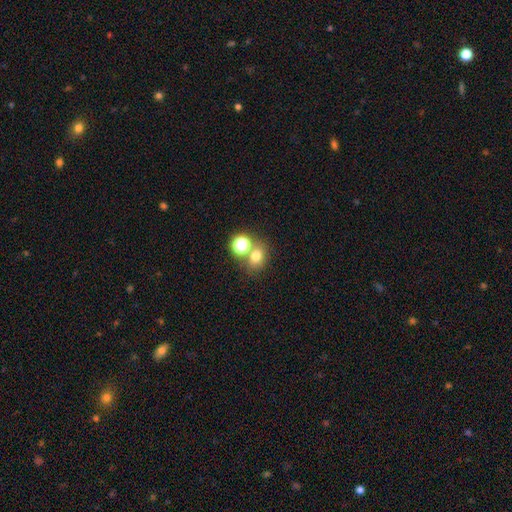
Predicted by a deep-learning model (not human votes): Q: Smooth or featured?
A: smooth (72%); runner-up: star or artifact (19%)
Q: How rounded?
A: round (63%); runner-up: in between (36%)
Q: Merging?
A: none (60%); runner-up: merger (27%)